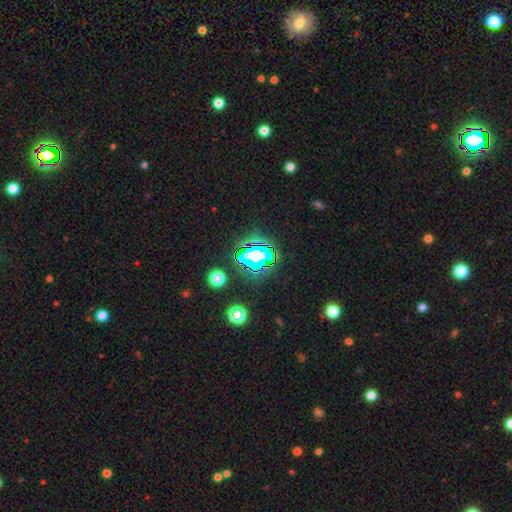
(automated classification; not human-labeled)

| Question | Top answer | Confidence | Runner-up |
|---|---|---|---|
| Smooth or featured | star or artifact | 66% | smooth (19%) |